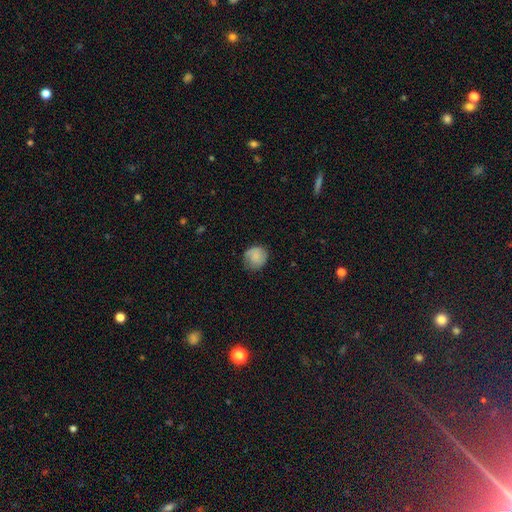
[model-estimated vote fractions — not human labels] Smooth or featured? smooth (76%)
How rounded? round (82%)
Merging? none (68%)